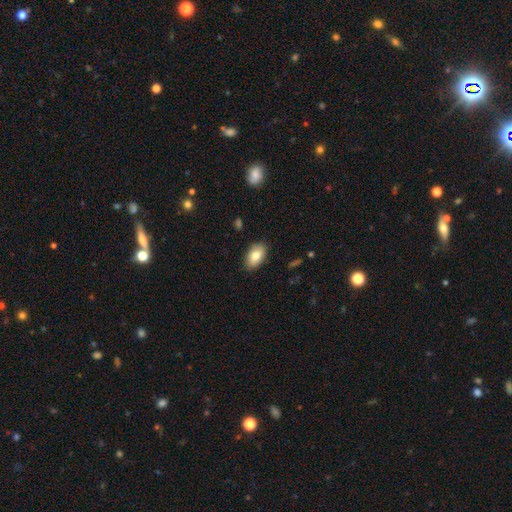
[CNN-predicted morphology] Q: Smooth or featured?
A: smooth (80%); runner-up: featured or disk (13%)
Q: How rounded?
A: in between (92%); runner-up: round (6%)
Q: Merging?
A: none (86%); runner-up: minor disturbance (11%)